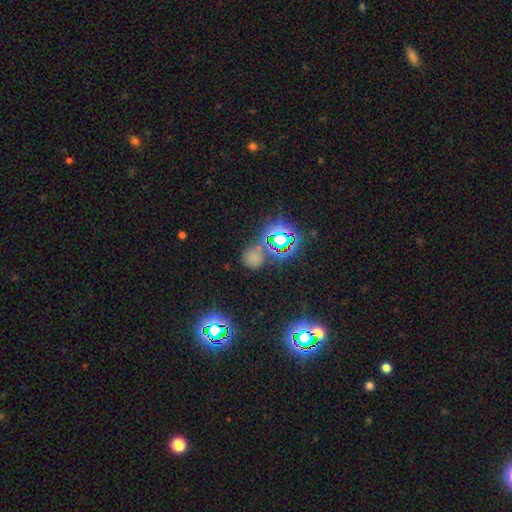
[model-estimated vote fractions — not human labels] Morphology: type=star or artifact (50%).